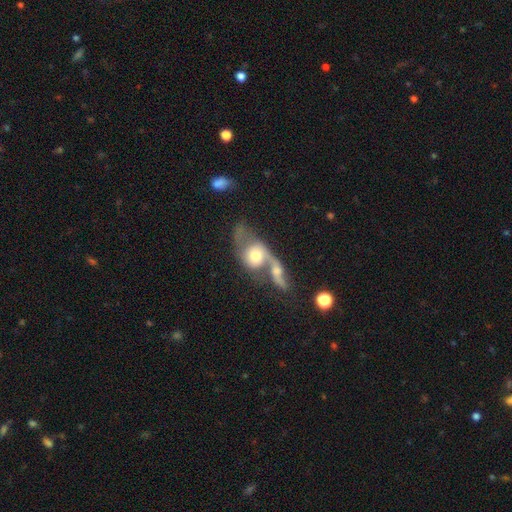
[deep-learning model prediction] smooth-or-featured: featured or disk: 50% | smooth: 42% | star or artifact: 8%
  disk-edge-on: no: 92% | yes: 8%
  merging: merger: 75% | major disturbance: 10% | none: 9% | minor disturbance: 5%